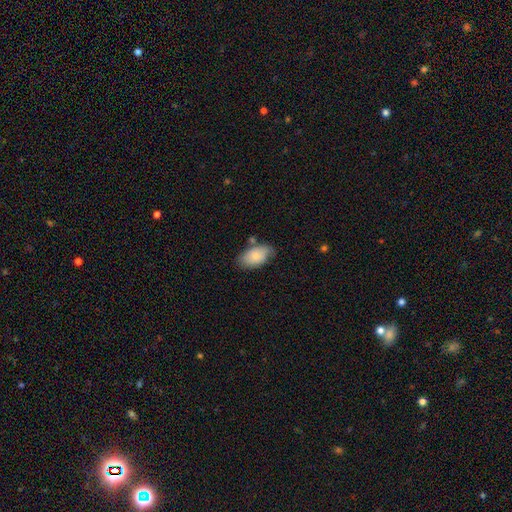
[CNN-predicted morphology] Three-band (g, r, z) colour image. It shows a smooth galaxy with no disk features (77%) that is in between round and cigar-shaped (93%). Merging: none (63%).